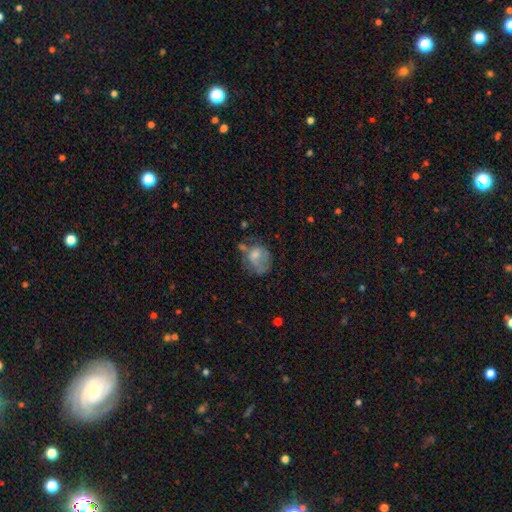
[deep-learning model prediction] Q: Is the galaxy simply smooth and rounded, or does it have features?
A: smooth — 53%.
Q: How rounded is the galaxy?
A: round — 50%.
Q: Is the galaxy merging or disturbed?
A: major disturbance — 34%.